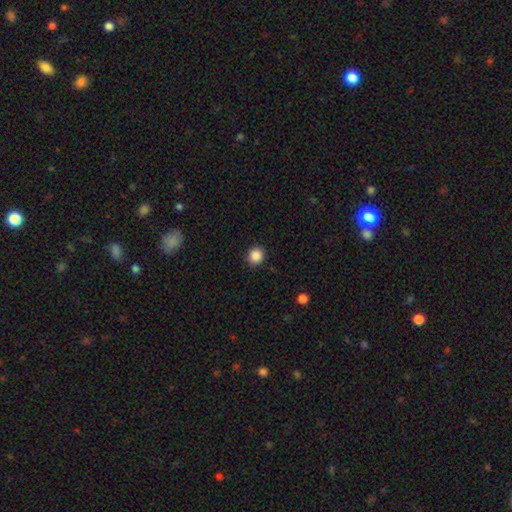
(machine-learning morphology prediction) The model was most divided on "how rounded": round: 86%, in between: 13%, cigar-shaped: 1%. More confident: merging — none (90%); smooth or featured — smooth (87%).